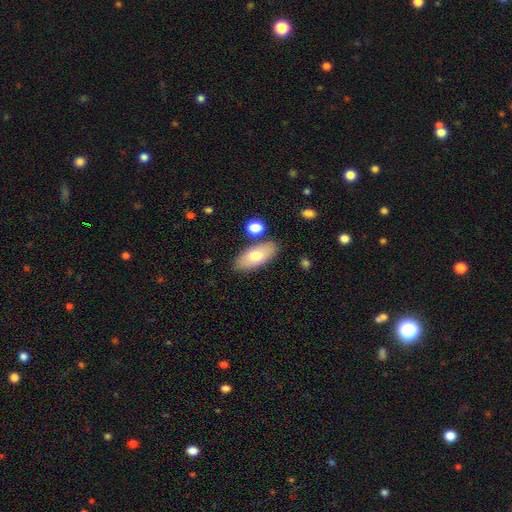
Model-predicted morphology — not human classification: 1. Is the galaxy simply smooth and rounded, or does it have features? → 73% smooth, 21% featured or disk, 6% star or artifact.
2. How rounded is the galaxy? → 86% in between, 11% cigar-shaped, 3% round.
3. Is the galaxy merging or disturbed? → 81% none, 10% minor disturbance, 6% merger, 3% major disturbance.